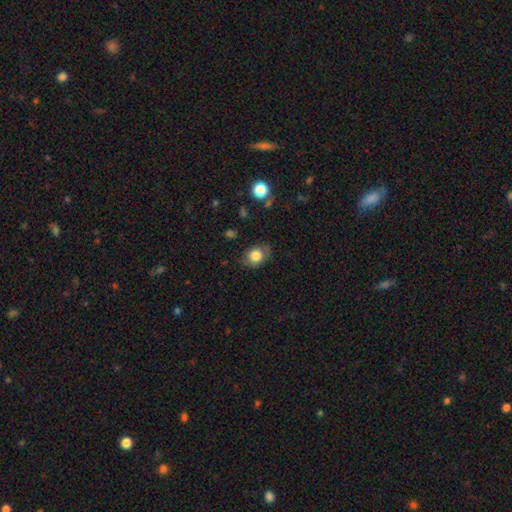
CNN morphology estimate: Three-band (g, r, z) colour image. It shows a smooth galaxy with no disk features (81%) that is round (53%). Merging: none (75%).